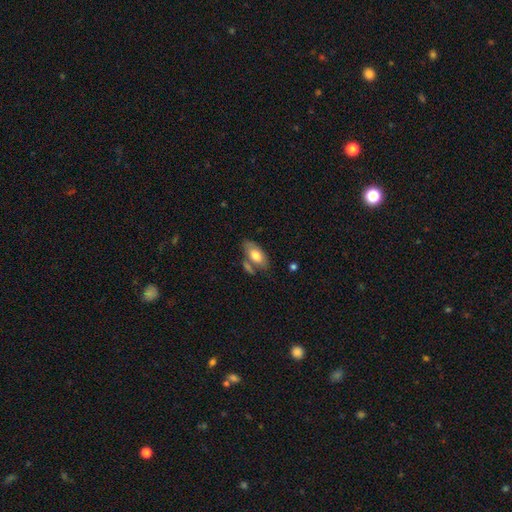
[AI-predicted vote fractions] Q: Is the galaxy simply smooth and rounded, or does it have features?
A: smooth — 70%.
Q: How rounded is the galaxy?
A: in between — 91%.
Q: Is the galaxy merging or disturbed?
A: none — 59%.